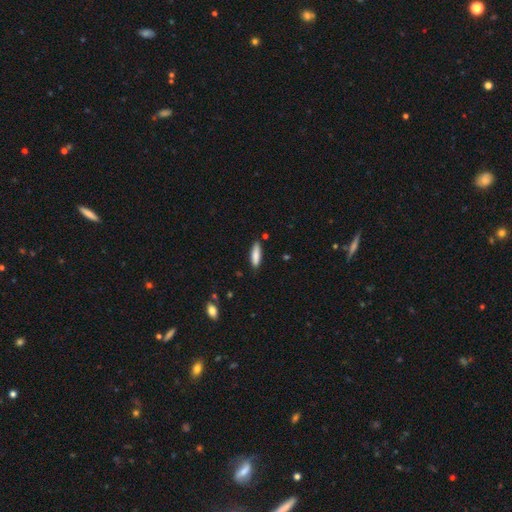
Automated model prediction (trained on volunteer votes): Overall: smooth (85%). How rounded: cigar-shaped (61%; in between 37%). Merging: none (83%).